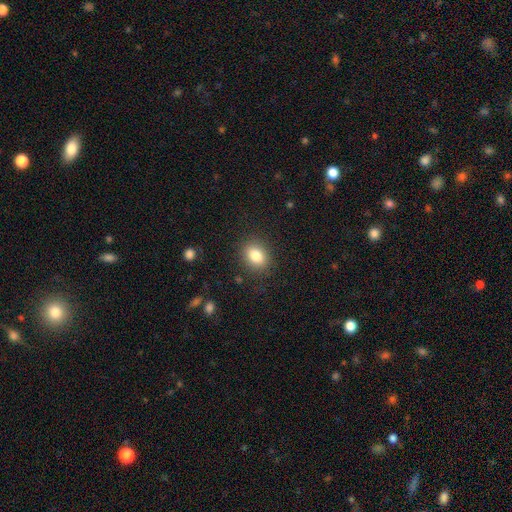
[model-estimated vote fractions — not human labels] smooth-or-featured: smooth: 83% | star or artifact: 10% | featured or disk: 8%
  how-rounded: in between: 58% | round: 41% | cigar-shaped: 1%
  merging: none: 86% | minor disturbance: 10% | major disturbance: 3% | merger: 1%